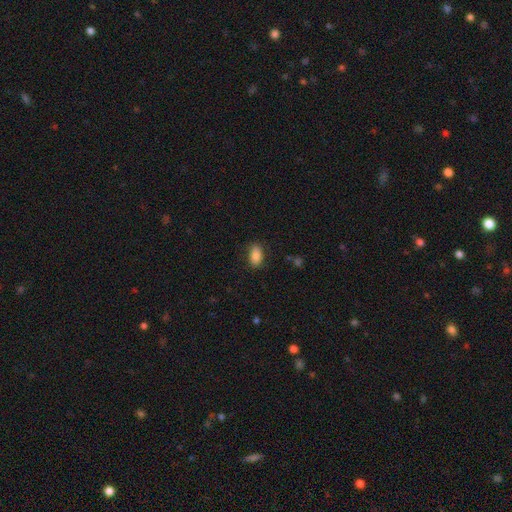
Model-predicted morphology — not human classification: Smooth or featured? Predicted: smooth (p=0.86). How rounded? Predicted: in between (p=0.91). Merging? Predicted: none (p=0.83).